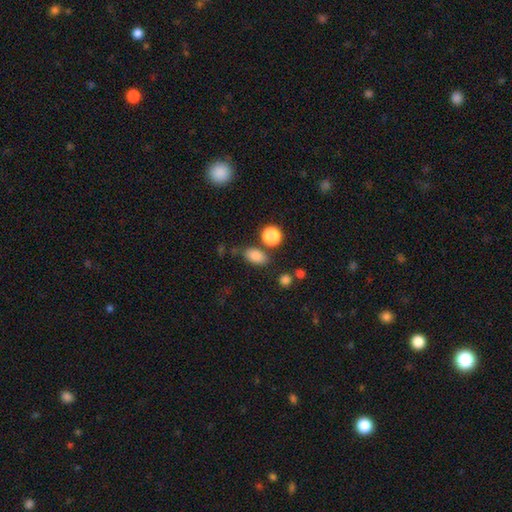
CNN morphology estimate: Smooth or featured?
  - smooth: 84% *
  - star or artifact: 11%
  - featured or disk: 5%
How rounded?
  - in between: 83% *
  - round: 14%
  - cigar-shaped: 3%
Merging?
  - none: 74% *
  - minor disturbance: 13%
  - merger: 9%
  - major disturbance: 4%